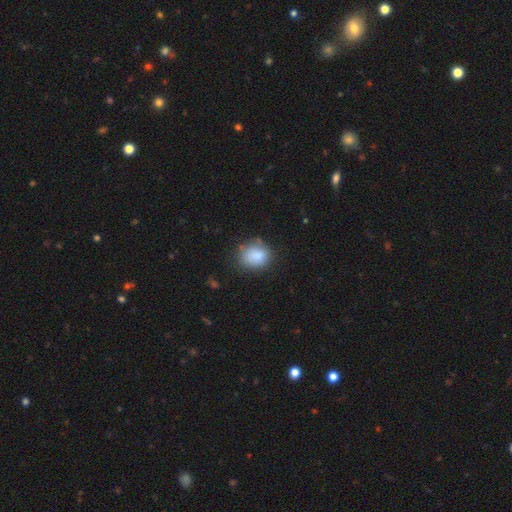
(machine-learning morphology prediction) smooth_or_featured: smooth (p=0.83) [alt: star or artifact p=0.09]
how_rounded: round (p=0.61) [alt: in between p=0.38]
merging: none (p=0.67) [alt: minor disturbance p=0.23]